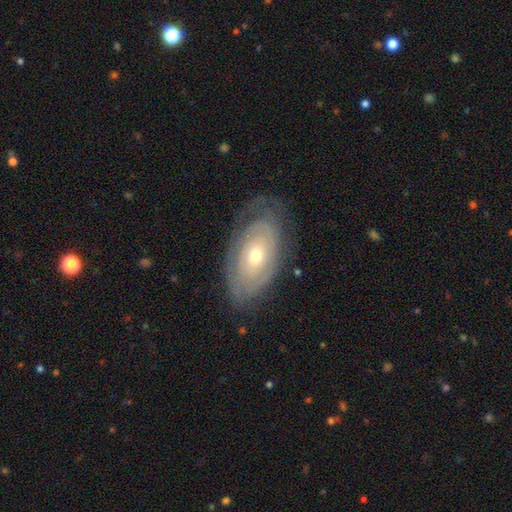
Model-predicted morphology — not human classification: The model was most divided on "bulge size" (2-way tie): moderate: 48%, small: 48%, large: 2%, dominant: 1%, none: 1%. More confident: edge-on disk — no (92%); bar — no (85%); merging — none (70%); smooth or featured — featured or disk (69%); spiral arms — yes (66%).